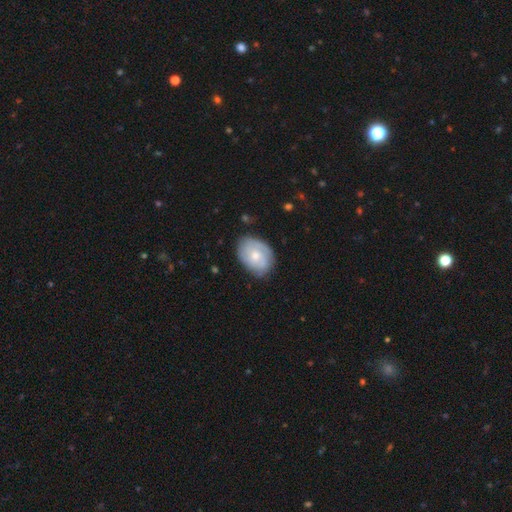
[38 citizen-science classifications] A smooth galaxy with no disk features (50%) that is in between round and cigar-shaped (58%). Merging: none (62%).